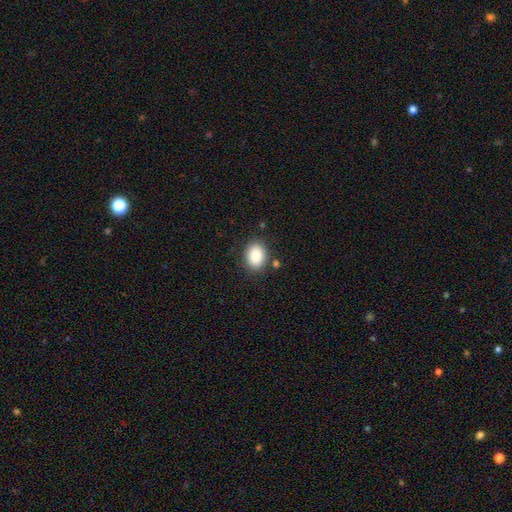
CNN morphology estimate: smooth-or-featured: smooth: 89% | star or artifact: 7% | featured or disk: 4%
  how-rounded: in between: 77% | round: 22% | cigar-shaped: 1%
  merging: none: 84% | minor disturbance: 11% | major disturbance: 3% | merger: 3%